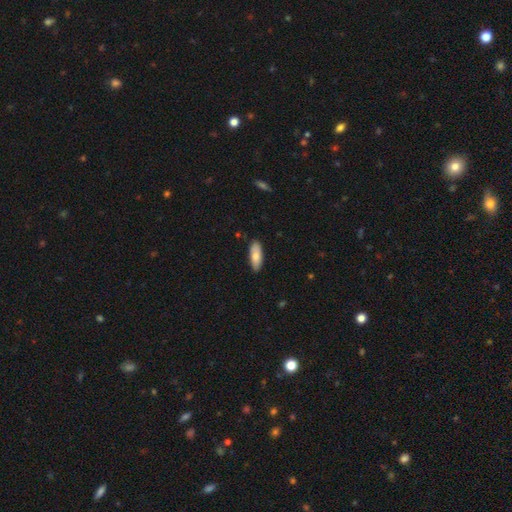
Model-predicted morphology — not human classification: Overall: smooth (78%). How rounded: in between (71%). Merging: none (87%).